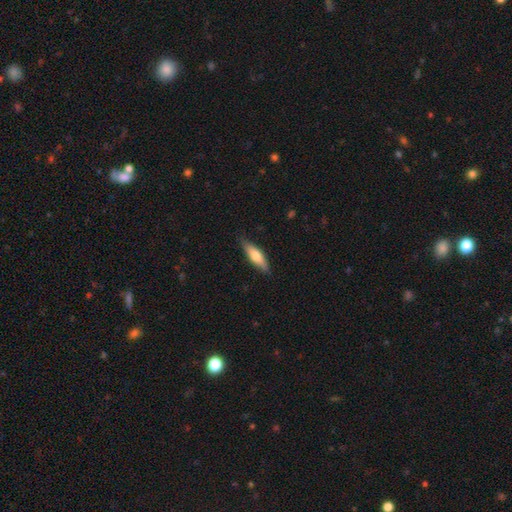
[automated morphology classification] Smooth or featured? smooth (63%)
How rounded? cigar-shaped (59%)
Merging? none (82%)